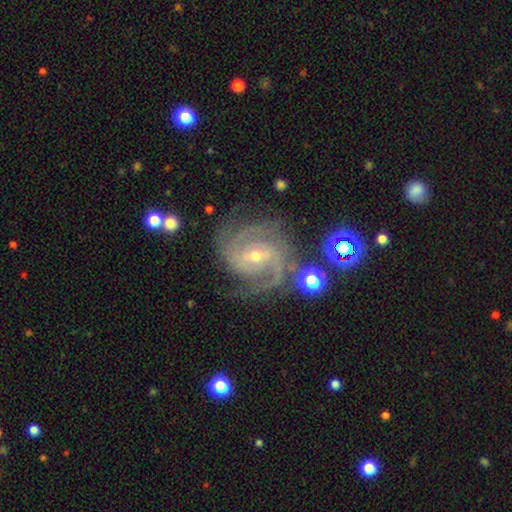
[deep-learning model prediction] Q: Smooth or featured?
A: featured or disk (91%); runner-up: star or artifact (6%)
Q: Edge-on disk?
A: no (97%); runner-up: yes (3%)
Q: Bar?
A: weak (43%); runner-up: strong (29%)
Q: Spiral arms?
A: yes (98%); runner-up: no (2%)
Q: Spiral winding?
A: tight (50%); runner-up: medium (44%)
Q: Spiral arm count?
A: 3 (35%); runner-up: 2 (34%)
Q: Bulge size?
A: small (62%); runner-up: moderate (35%)
Q: Merging?
A: none (74%); runner-up: minor disturbance (16%)